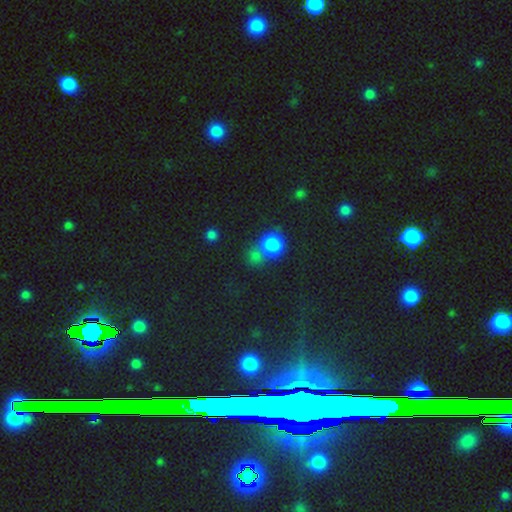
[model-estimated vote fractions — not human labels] Q: Smooth or featured?
A: smooth (78%); runner-up: star or artifact (15%)
Q: How rounded?
A: round (86%); runner-up: in between (13%)
Q: Merging?
A: none (49%); runner-up: merger (36%)